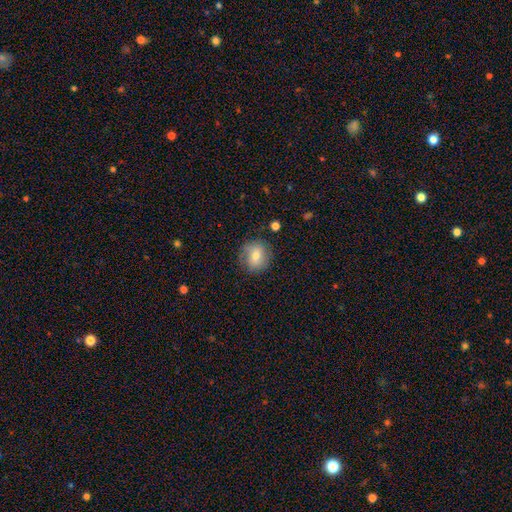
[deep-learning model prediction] A smooth galaxy with no disk features (66%) that is round (84%).

Vote fractions:
- Smooth or featured? smooth: 66% / featured or disk: 25% / star or artifact: 9%
- How rounded? round: 84% / in between: 15% / cigar-shaped: 1%
- Merging? none: 78% / minor disturbance: 16% / major disturbance: 5% / merger: 2%